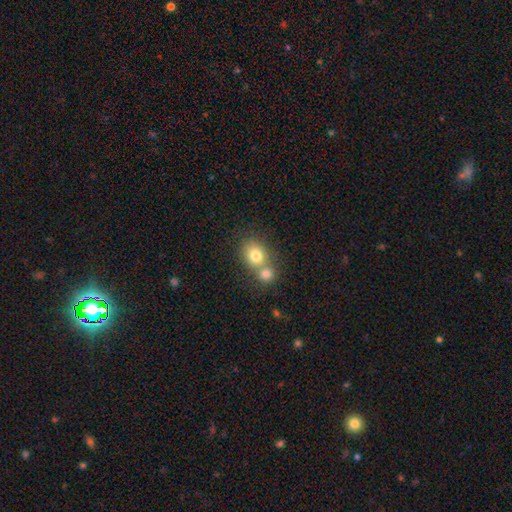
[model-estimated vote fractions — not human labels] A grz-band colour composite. It shows a smooth galaxy with no disk features (78%) that is round (70%). Merging: merger (51%).